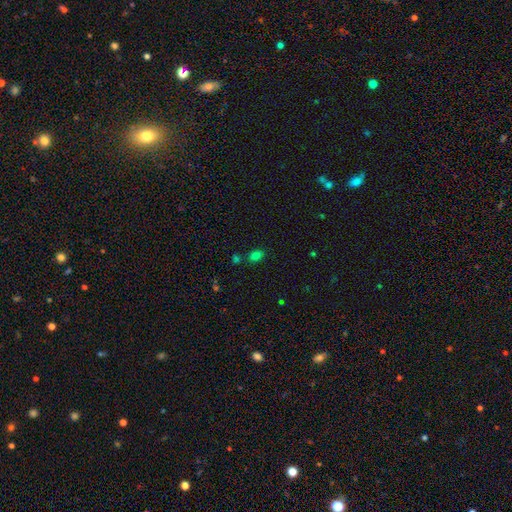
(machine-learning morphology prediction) A smooth galaxy with no disk features (73%) that is in between round and cigar-shaped (79%). Merging: none (74%).